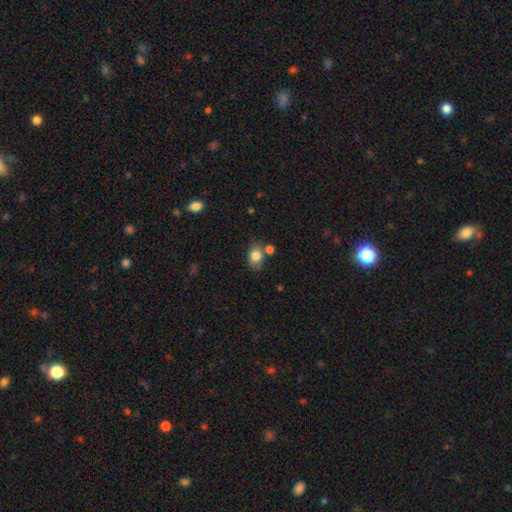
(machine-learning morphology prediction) Smooth or featured: smooth — 82% (star or artifact — 9%)
How rounded: in between — 66% (round — 32%)
Merging: none — 64% (minor disturbance — 16%)